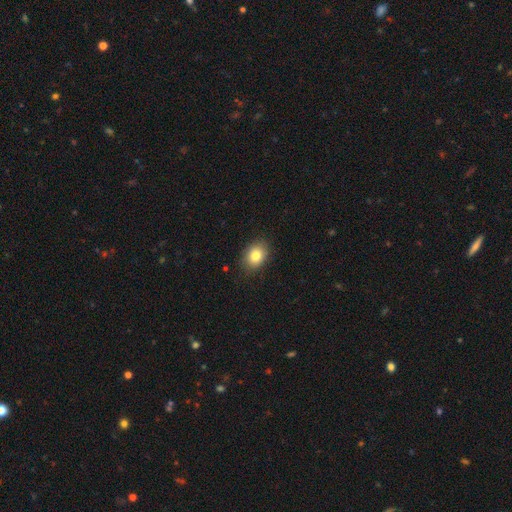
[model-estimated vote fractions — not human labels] Smooth or featured? Predicted: smooth (p=0.82). How rounded? Predicted: in between (p=0.65). Merging? Predicted: none (p=0.86).